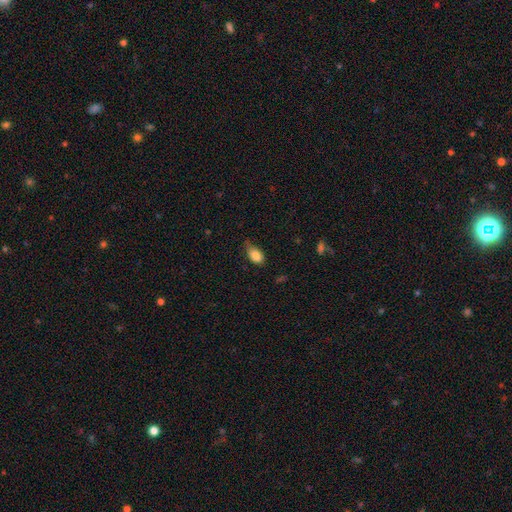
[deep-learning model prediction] Smooth or featured? smooth (85%)
How rounded? in between (88%)
Merging? none (50%)